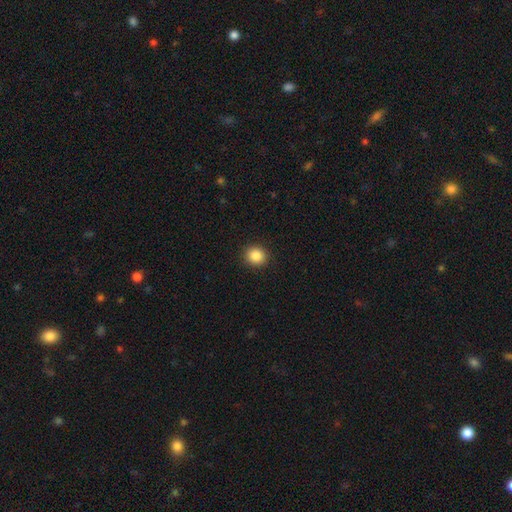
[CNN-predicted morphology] The model was most divided on "how rounded": round: 85%, in between: 14%, cigar-shaped: 1%. More confident: merging — none (92%); smooth or featured — smooth (86%).